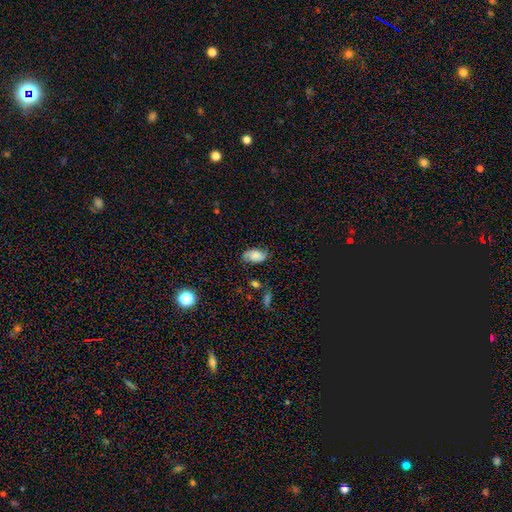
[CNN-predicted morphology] Smooth or featured? Predicted: smooth (p=0.47). Merging? Predicted: none (p=0.71).